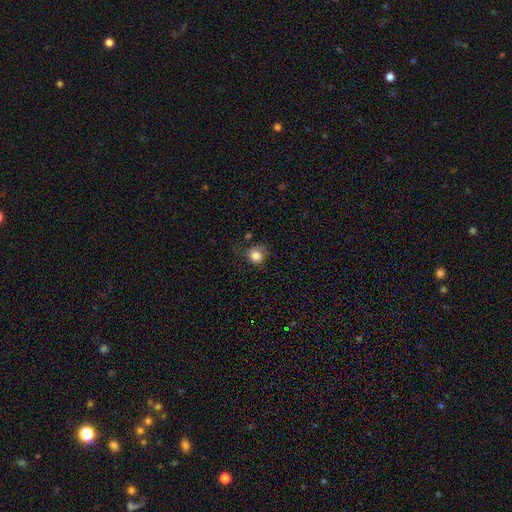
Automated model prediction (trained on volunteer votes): Overall: smooth (78%). How rounded: round (74%). Merging: none (48%; minor disturbance 28%).